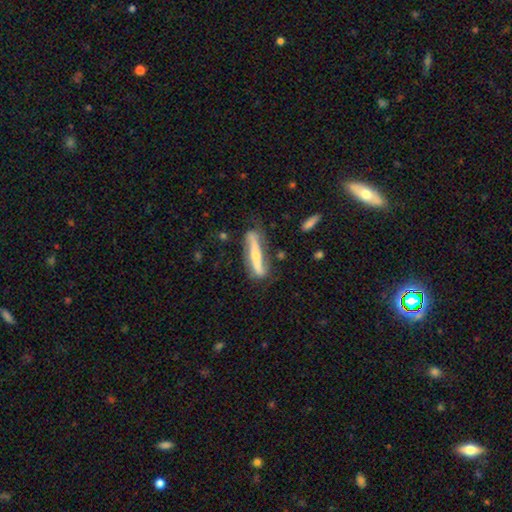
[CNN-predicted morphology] This appears to be a featured or disk galaxy (67%) viewed edge-on (68%). Merging: none (69%).